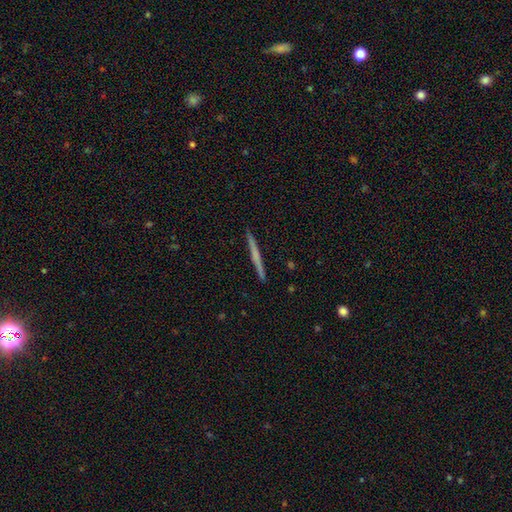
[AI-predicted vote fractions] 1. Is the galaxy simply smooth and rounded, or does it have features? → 51% featured or disk, 43% smooth, 6% star or artifact.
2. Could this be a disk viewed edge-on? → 98% yes, 2% no.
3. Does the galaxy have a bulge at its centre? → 81% none, 13% rounded, 6% boxy.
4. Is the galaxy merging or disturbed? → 93% none, 5% minor disturbance, 1% major disturbance, 1% merger.